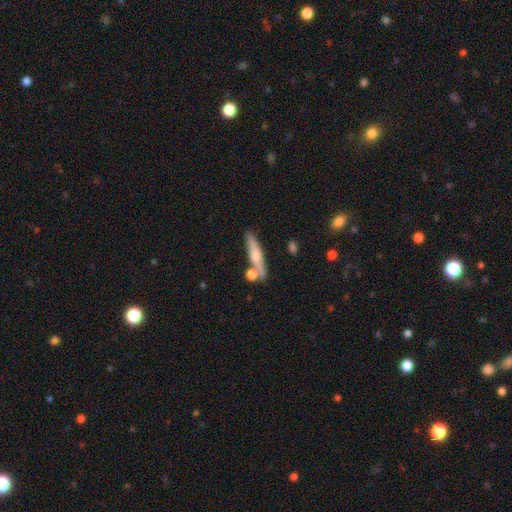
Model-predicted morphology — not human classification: This appears to be a smooth galaxy with no disk features (55%) that is cigar-shaped (80%). Merging: none (72%).